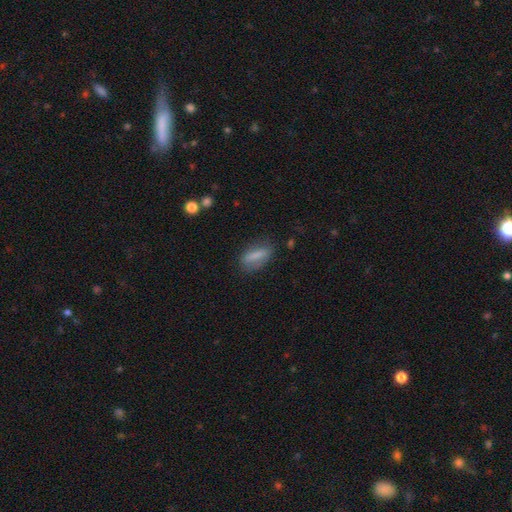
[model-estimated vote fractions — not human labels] This appears to be a smooth galaxy with no disk features (77%) that is in between round and cigar-shaped (62%). Merging: none (73%).